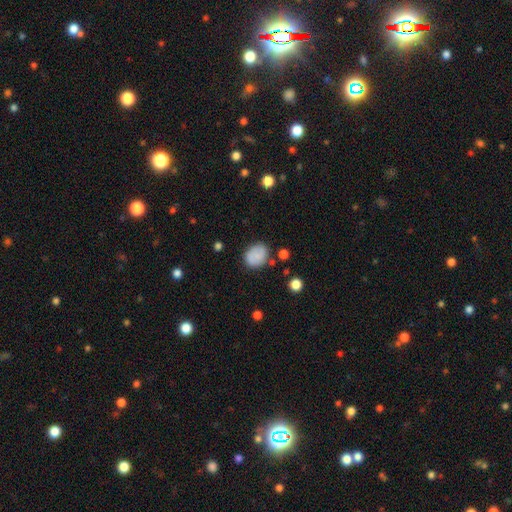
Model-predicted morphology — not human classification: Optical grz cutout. It shows a smooth galaxy with no disk features (79%) that is round (55%). Merging: none (75%).